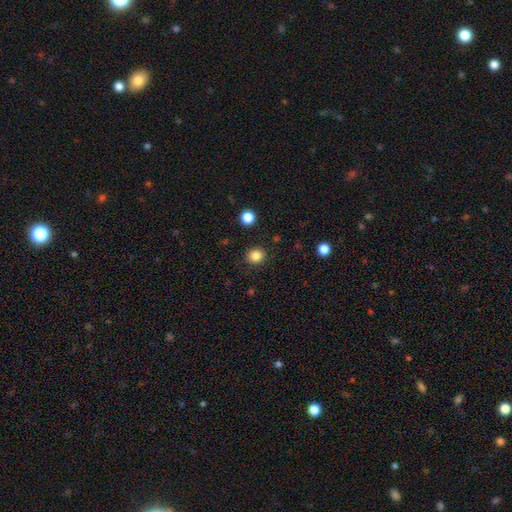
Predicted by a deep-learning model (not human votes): The model was most divided on "how rounded": round: 84%, in between: 15%, cigar-shaped: 1%. More confident: merging — none (89%); smooth or featured — smooth (84%).